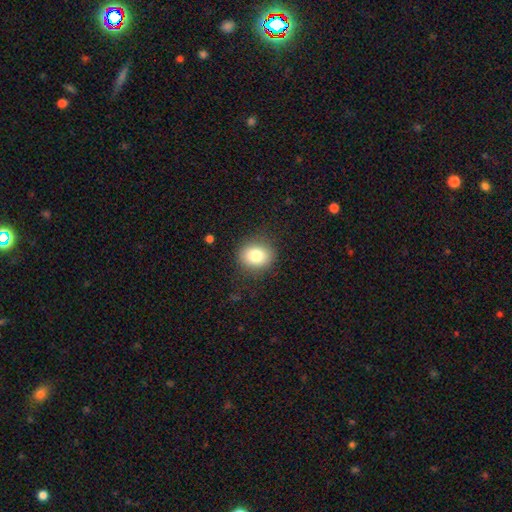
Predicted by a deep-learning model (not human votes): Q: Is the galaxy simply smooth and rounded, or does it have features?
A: smooth — 81%.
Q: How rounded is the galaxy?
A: round — 68%.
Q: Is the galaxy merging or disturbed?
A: none — 86%.